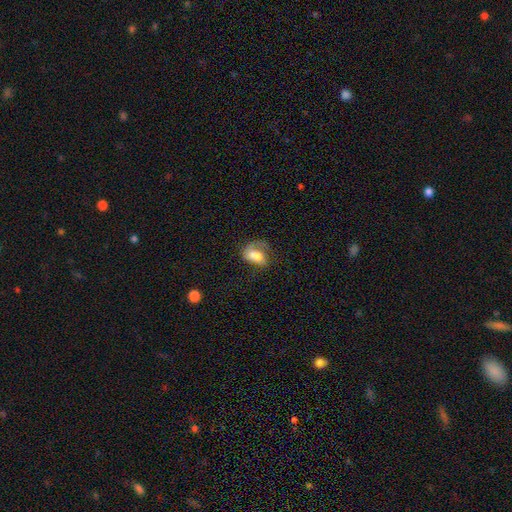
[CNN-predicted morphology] Smooth or featured? smooth (50%)
Merging? major disturbance (39%)